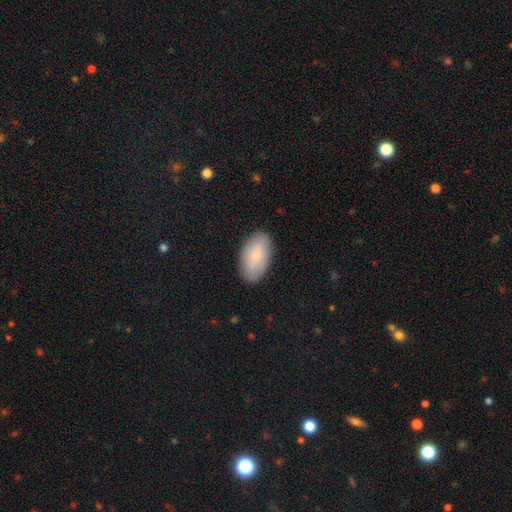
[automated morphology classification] Smooth or featured? Predicted: smooth (p=0.79). How rounded? Predicted: in between (p=0.95). Merging? Predicted: none (p=0.86).